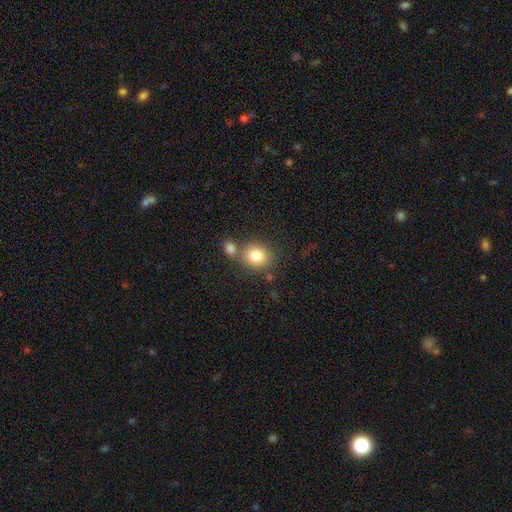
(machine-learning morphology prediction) Smooth or featured?
  - smooth: 82% *
  - star or artifact: 9%
  - featured or disk: 9%
How rounded?
  - round: 73% *
  - in between: 26%
  - cigar-shaped: 1%
Merging?
  - none: 59% *
  - merger: 26%
  - minor disturbance: 11%
  - major disturbance: 4%